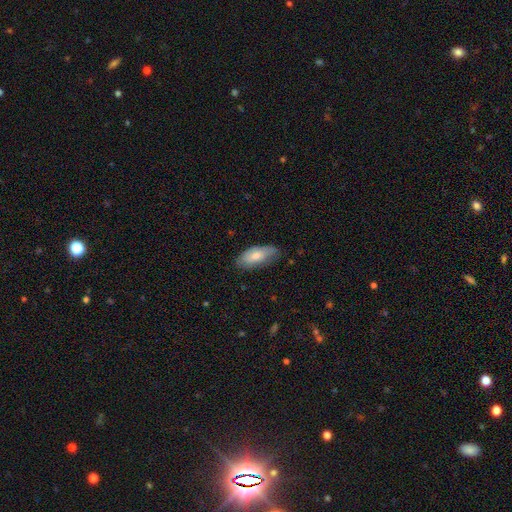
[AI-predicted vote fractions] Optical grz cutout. It shows a smooth galaxy with no disk features (73%) that is in between round and cigar-shaped (87%). Merging: none (68%).